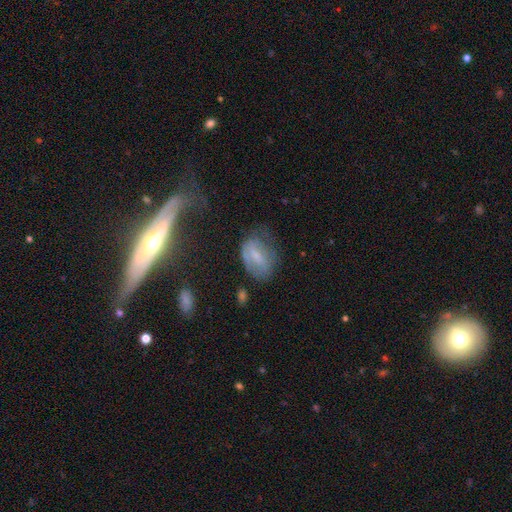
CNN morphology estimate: Overall: smooth (47%; featured or disk 41%). Merging: none (49%; minor disturbance 29%).